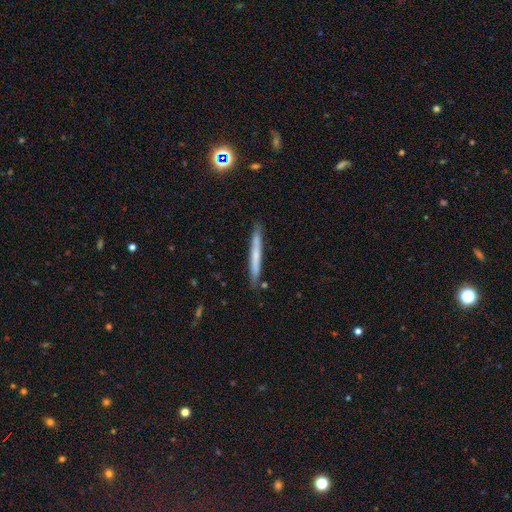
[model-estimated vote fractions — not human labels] This is possibly a smooth galaxy (57%). How rounded: clearly cigar-shaped (97%). Merging: clearly none (87%).